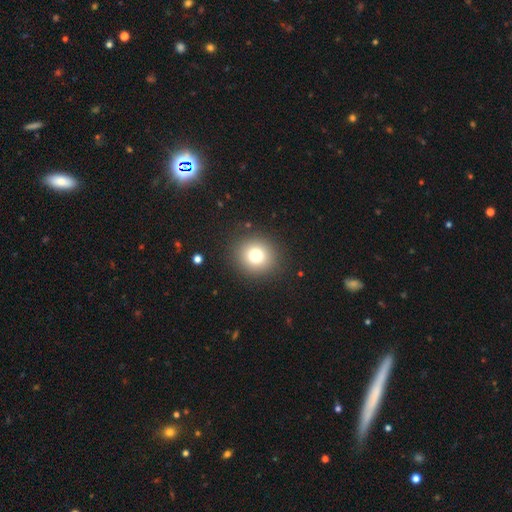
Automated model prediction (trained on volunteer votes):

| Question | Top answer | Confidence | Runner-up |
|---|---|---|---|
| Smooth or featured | smooth | 77% | star or artifact (13%) |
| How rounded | round | 87% | in between (12%) |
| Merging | none | 89% | minor disturbance (6%) |